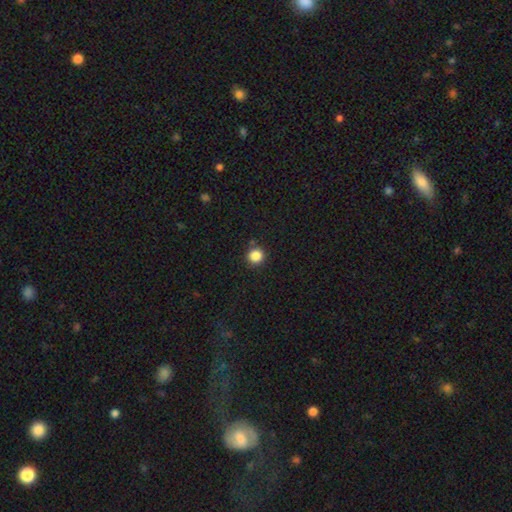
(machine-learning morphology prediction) This appears to be a smooth galaxy with no disk features (85%) that is round (94%). Merging: none (86%).